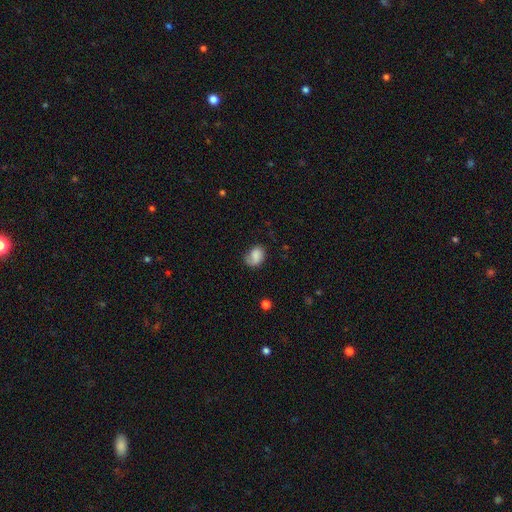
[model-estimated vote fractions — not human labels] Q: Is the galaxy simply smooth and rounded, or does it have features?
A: smooth — 76%.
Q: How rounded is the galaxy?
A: in between — 64%.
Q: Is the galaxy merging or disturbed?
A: none — 54%.